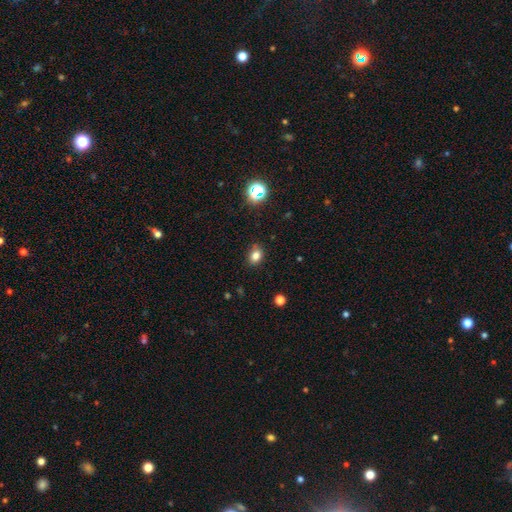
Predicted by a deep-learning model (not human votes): A smooth galaxy with no disk features (80%) that is in between round and cigar-shaped (54%).

Vote fractions:
- Smooth or featured? smooth: 80% / star or artifact: 14% / featured or disk: 6%
- How rounded? in between: 54% / round: 45% / cigar-shaped: 1%
- Merging? none: 81% / minor disturbance: 14% / major disturbance: 3% / merger: 2%